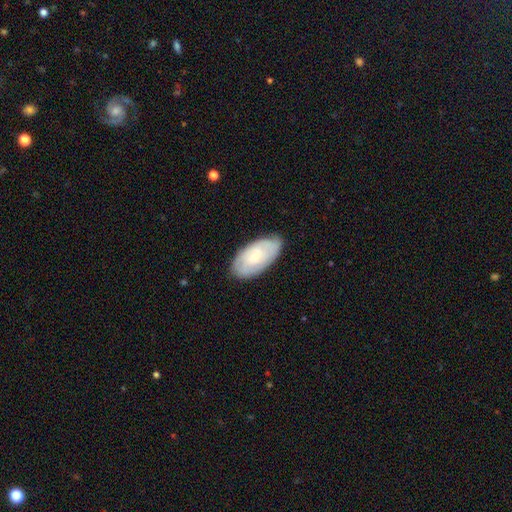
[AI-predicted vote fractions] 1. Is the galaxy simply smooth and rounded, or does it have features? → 50% smooth, 44% featured or disk, 6% star or artifact.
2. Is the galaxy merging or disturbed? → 79% none, 17% minor disturbance, 3% major disturbance, 1% merger.